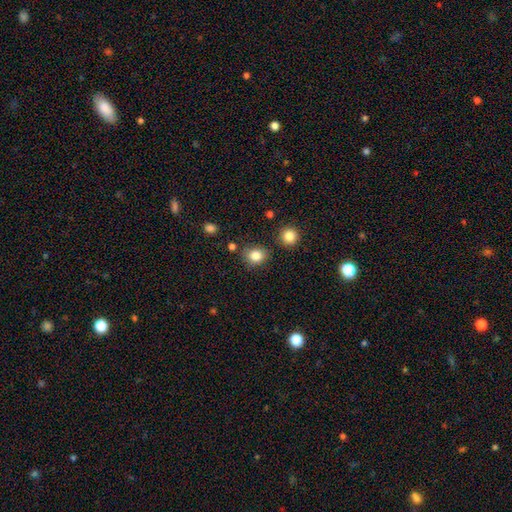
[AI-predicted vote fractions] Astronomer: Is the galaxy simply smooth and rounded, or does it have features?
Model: smooth — 84%.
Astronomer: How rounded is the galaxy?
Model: round — 65%.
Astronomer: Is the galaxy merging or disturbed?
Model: none — 79%.